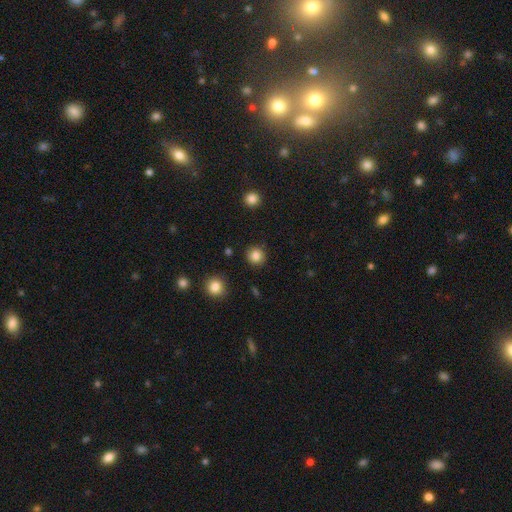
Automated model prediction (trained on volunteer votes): This is clearly a smooth galaxy (84%). How rounded: clearly round (92%). Merging: clearly none (90%).